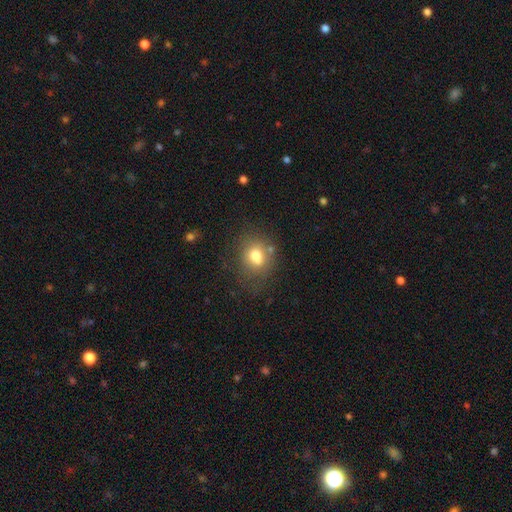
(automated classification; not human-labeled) Smooth or featured? smooth (72%)
How rounded? round (58%)
Merging? none (61%)